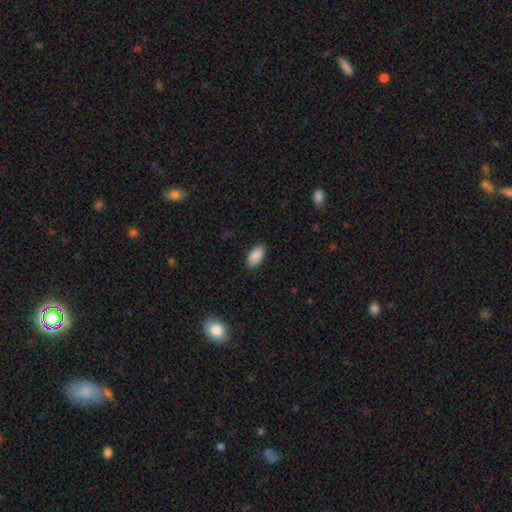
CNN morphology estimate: This appears to be a smooth galaxy with no disk features (90%) that is in between round and cigar-shaped (95%). Merging: none (88%).